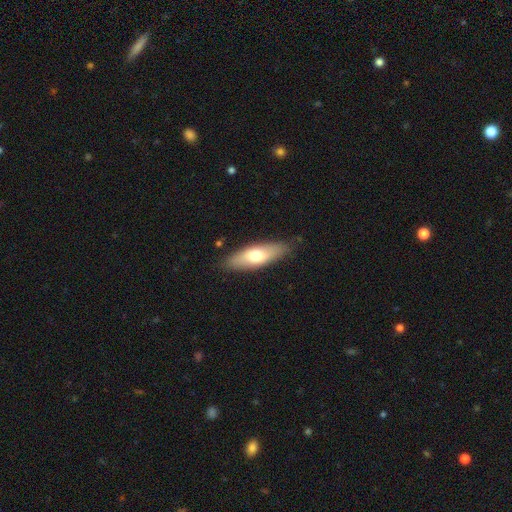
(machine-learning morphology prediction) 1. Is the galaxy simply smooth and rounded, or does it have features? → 65% smooth, 29% featured or disk, 6% star or artifact.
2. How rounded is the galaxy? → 58% in between, 39% cigar-shaped, 2% round.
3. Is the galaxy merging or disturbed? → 83% none, 13% minor disturbance, 3% major disturbance, 1% merger.